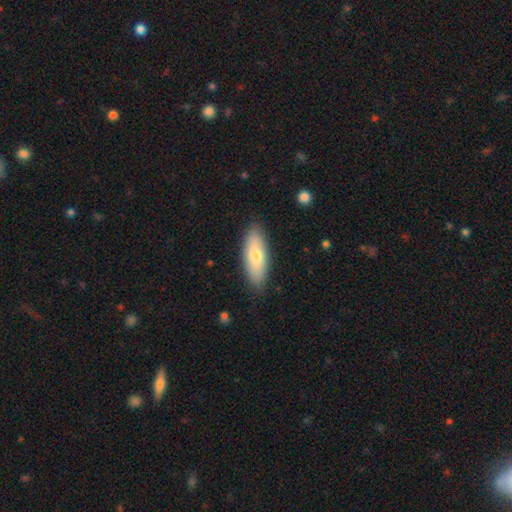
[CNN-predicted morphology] smooth 72%, featured or disk 23%, star or artifact 6%. Down the decision tree: how rounded — in between (69%); merging — none (87%).